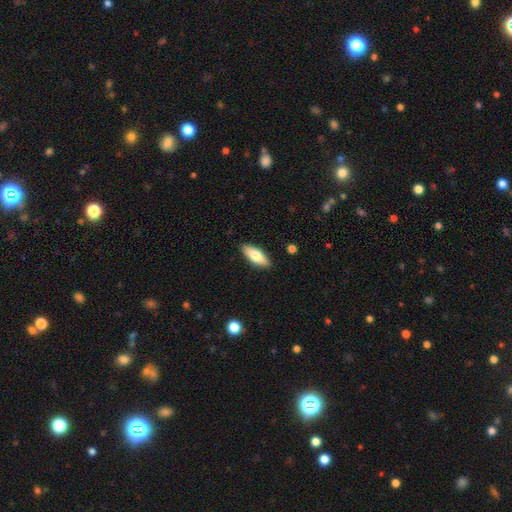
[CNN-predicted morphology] Smooth or featured? Predicted: smooth (p=0.70). How rounded? Predicted: in between (p=0.75). Merging? Predicted: none (p=0.88).